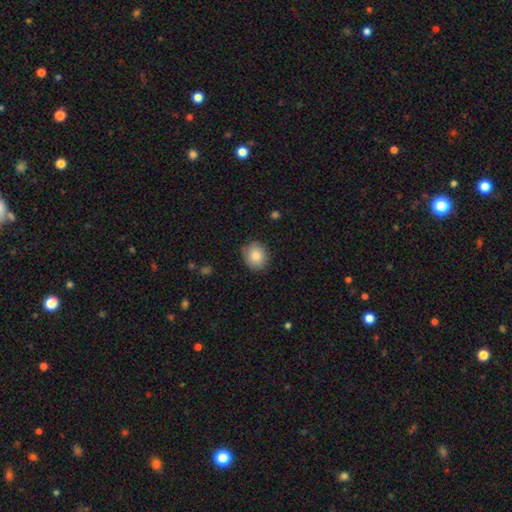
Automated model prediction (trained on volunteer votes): smooth-or-featured: smooth: 84% | featured or disk: 8% | star or artifact: 8%
  how-rounded: round: 64% | in between: 35% | cigar-shaped: 1%
  merging: none: 81% | minor disturbance: 15% | major disturbance: 3% | merger: 1%